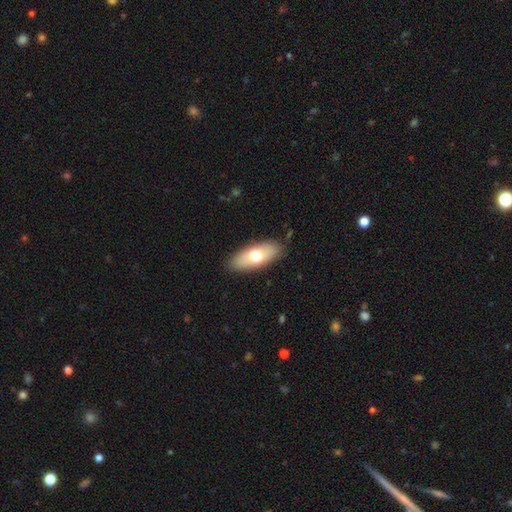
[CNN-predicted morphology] The model was most divided on "smooth or featured": smooth: 68%, featured or disk: 26%, star or artifact: 6%. More confident: merging — none (87%); how rounded — in between (81%).